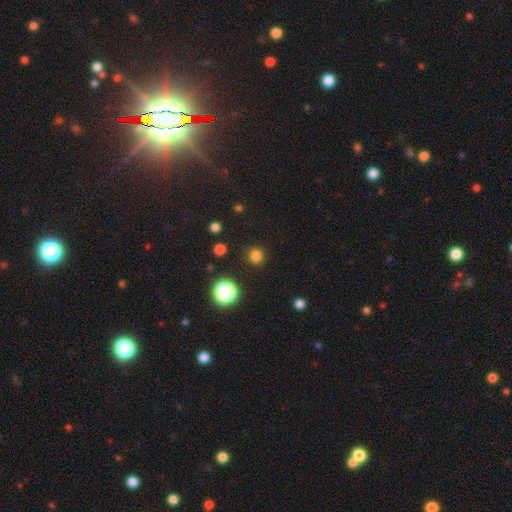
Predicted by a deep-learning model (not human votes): A smooth galaxy with no disk features (78%) that is round (94%).

Vote fractions:
- Smooth or featured? smooth: 78% / star or artifact: 18% / featured or disk: 4%
- How rounded? round: 94% / in between: 5% / cigar-shaped: 1%
- Merging? none: 90% / minor disturbance: 6% / major disturbance: 2% / merger: 2%